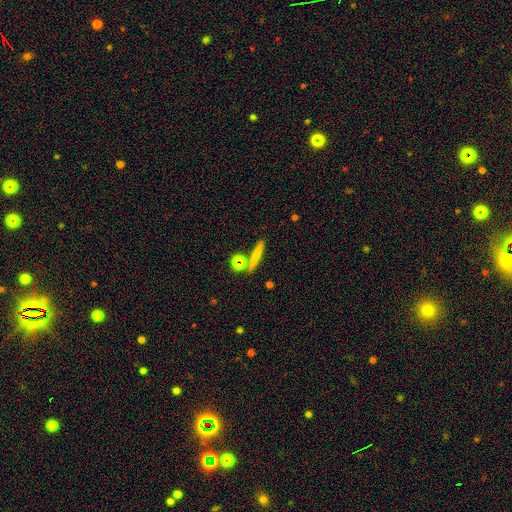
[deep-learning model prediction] Smooth or featured? smooth (71%)
How rounded? cigar-shaped (85%)
Merging? none (77%)